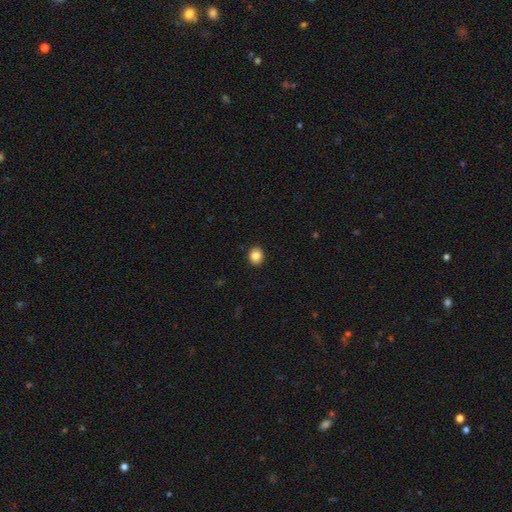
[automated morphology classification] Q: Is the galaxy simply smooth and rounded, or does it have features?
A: smooth — 85%.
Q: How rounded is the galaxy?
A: round — 66%.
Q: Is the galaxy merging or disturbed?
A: none — 92%.